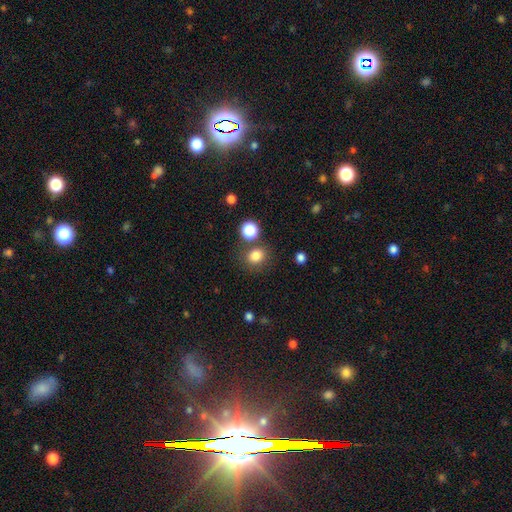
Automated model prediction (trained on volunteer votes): Smooth or featured? smooth (82%)
How rounded? round (72%)
Merging? none (74%)